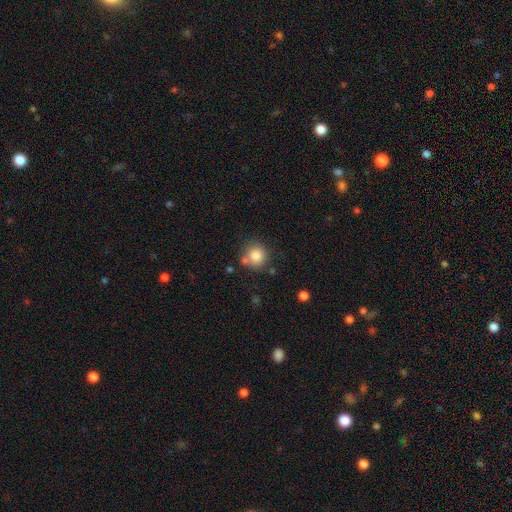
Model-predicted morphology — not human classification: The model was most divided on "merging": none: 70%, minor disturbance: 14%, merger: 12%, major disturbance: 4%. More confident: how rounded — round (89%); smooth or featured — smooth (83%).